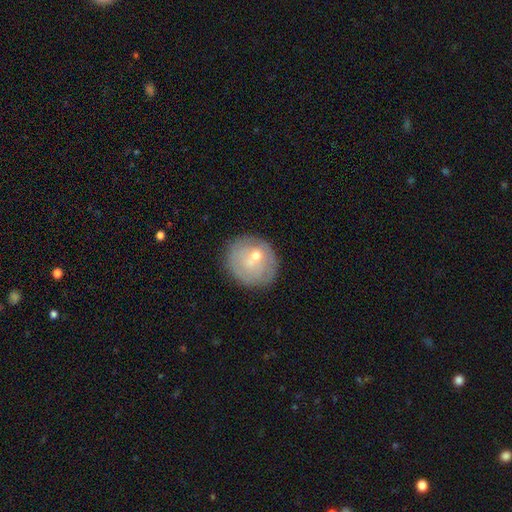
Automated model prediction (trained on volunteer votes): The model was most divided on "smooth or featured": smooth: 50%, featured or disk: 42%, star or artifact: 8%. More confident: merging — none (70%).